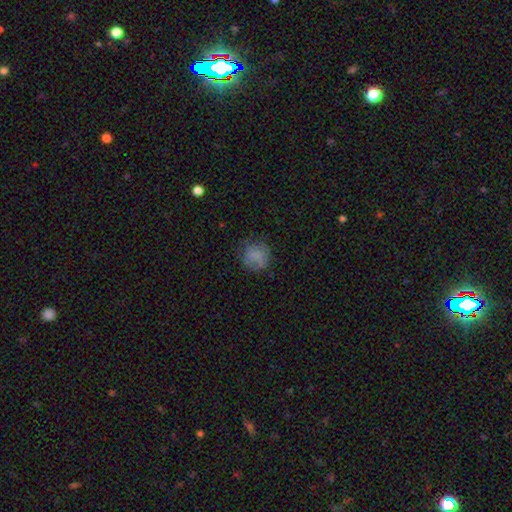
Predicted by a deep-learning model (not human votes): Smooth or featured: smooth — 76% (featured or disk — 14%)
How rounded: round — 86% (in between — 13%)
Merging: none — 65% (minor disturbance — 23%)